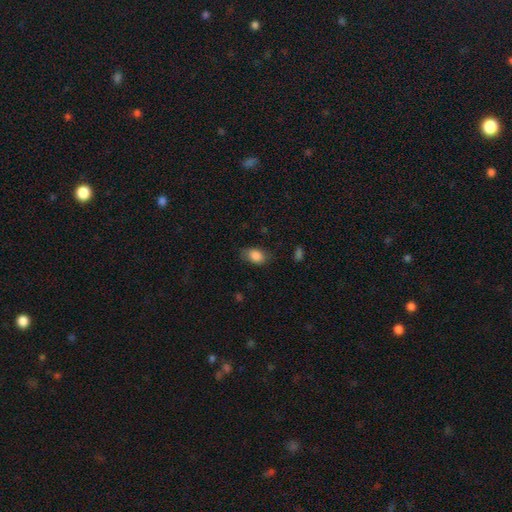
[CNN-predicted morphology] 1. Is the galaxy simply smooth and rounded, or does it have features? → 85% smooth, 8% star or artifact, 7% featured or disk.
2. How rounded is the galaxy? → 84% in between, 14% round, 2% cigar-shaped.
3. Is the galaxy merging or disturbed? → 70% none, 23% minor disturbance, 6% major disturbance, 1% merger.